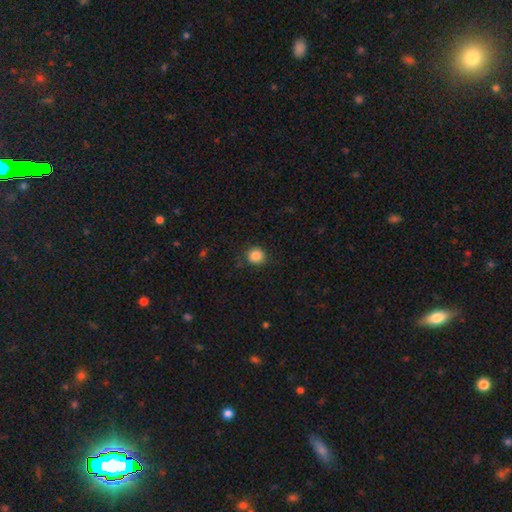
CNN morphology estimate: This is clearly a smooth galaxy (86%). How rounded: clearly round (89%). Merging: clearly none (88%).